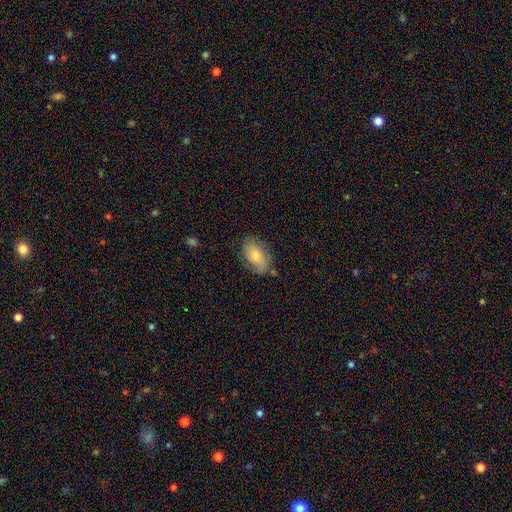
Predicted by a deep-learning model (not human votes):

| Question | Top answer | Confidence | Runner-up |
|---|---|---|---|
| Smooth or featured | smooth | 64% | featured or disk (27%) |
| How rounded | in between | 90% | round (6%) |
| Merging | none | 72% | minor disturbance (21%) |